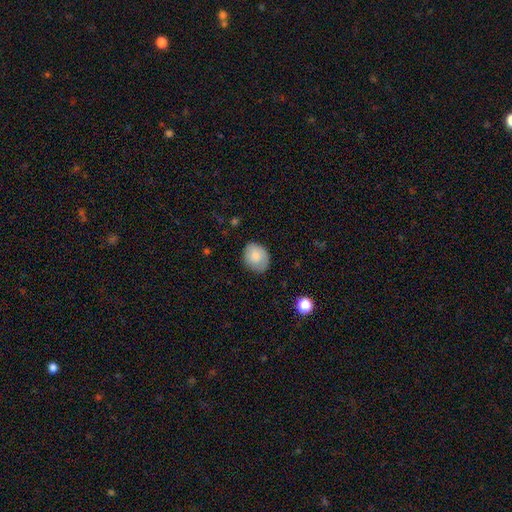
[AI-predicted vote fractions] A smooth galaxy with no disk features (79%) that is in between round and cigar-shaped (51%).

Vote fractions:
- Smooth or featured? smooth: 79% / featured or disk: 13% / star or artifact: 7%
- How rounded? in between: 51% / round: 48% / cigar-shaped: 1%
- Merging? none: 75% / minor disturbance: 19% / major disturbance: 4% / merger: 1%